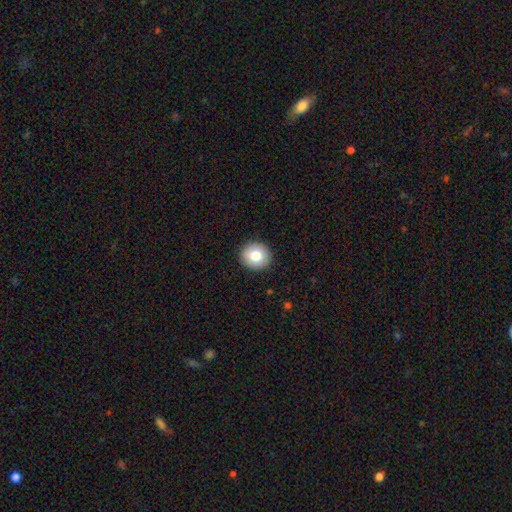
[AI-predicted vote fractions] Smooth or featured? Predicted: smooth (p=0.78). How rounded? Predicted: round (p=0.87). Merging? Predicted: none (p=0.92).